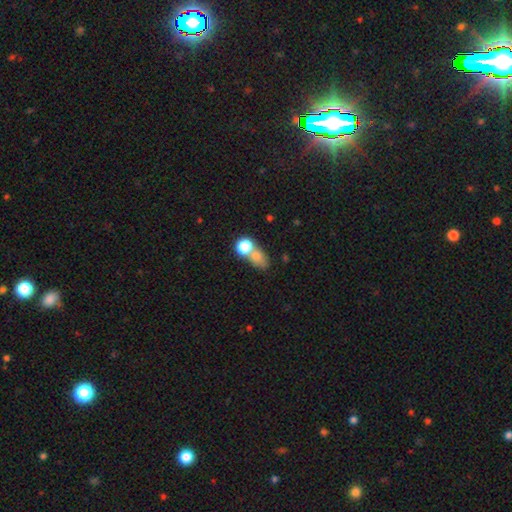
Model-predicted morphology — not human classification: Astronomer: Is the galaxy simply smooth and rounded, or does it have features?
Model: smooth — 75%.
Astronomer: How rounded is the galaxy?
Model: in between — 49% (runner-up: round, 48%).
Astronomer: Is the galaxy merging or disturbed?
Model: merger — 55%.